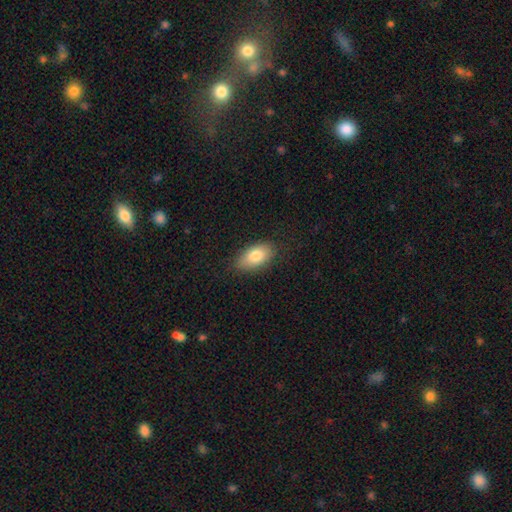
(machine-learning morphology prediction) Q: Smooth or featured?
A: smooth (81%); runner-up: featured or disk (12%)
Q: How rounded?
A: in between (92%); runner-up: round (5%)
Q: Merging?
A: none (83%); runner-up: minor disturbance (14%)